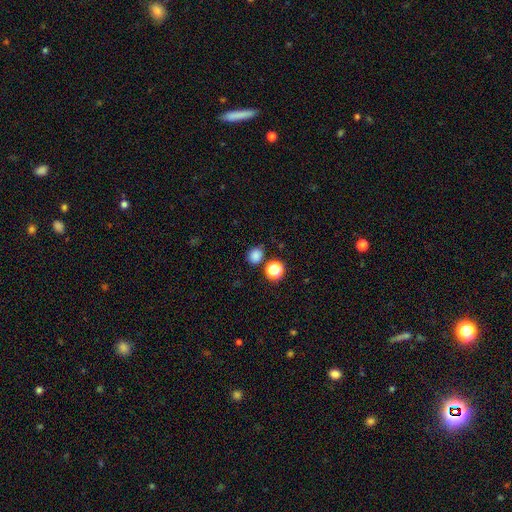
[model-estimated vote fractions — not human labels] This appears to be a smooth galaxy with no disk features (81%) that is round (72%). Merging: none (79%).